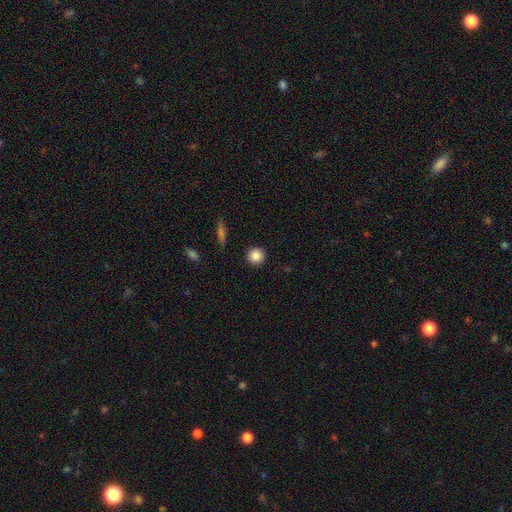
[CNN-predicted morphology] The model was most divided on "smooth or featured": smooth: 86%, star or artifact: 9%, featured or disk: 5%. More confident: how rounded — round (94%); merging — none (92%).